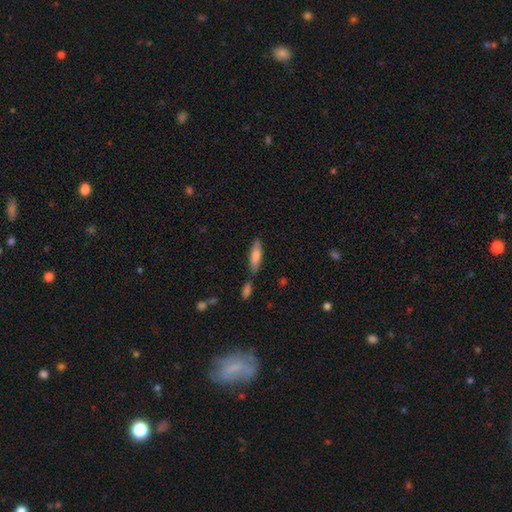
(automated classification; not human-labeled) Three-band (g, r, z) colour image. It shows a smooth galaxy with no disk features (75%) that is cigar-shaped (58%). Merging: none (66%).